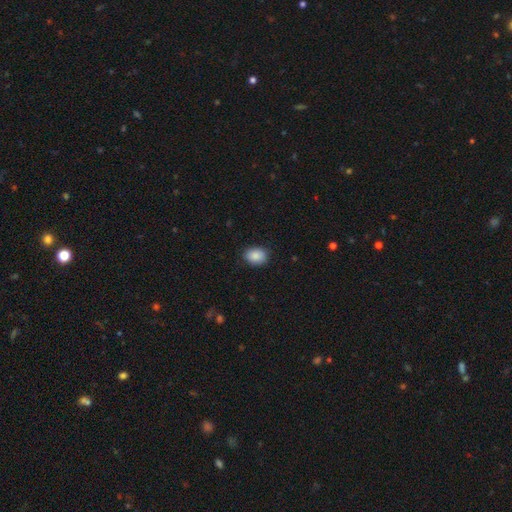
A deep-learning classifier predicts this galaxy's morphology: Smooth or featured? smooth (88%)
How rounded? in between (63%)
Merging? none (86%)